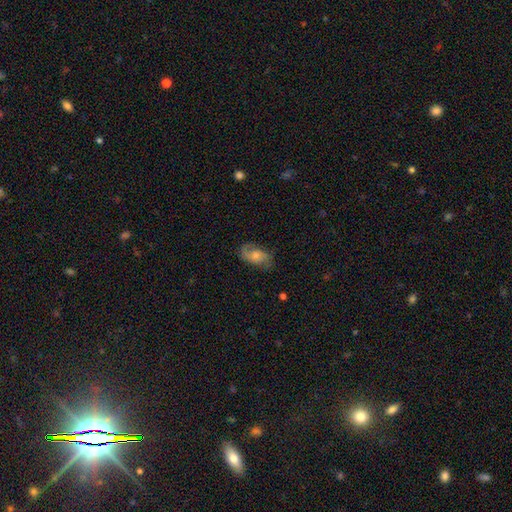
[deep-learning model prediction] The model was most divided on "smooth or featured": featured or disk: 51%, smooth: 42%, star or artifact: 8%. More confident: edge-on disk — no (95%); merging — none (65%).